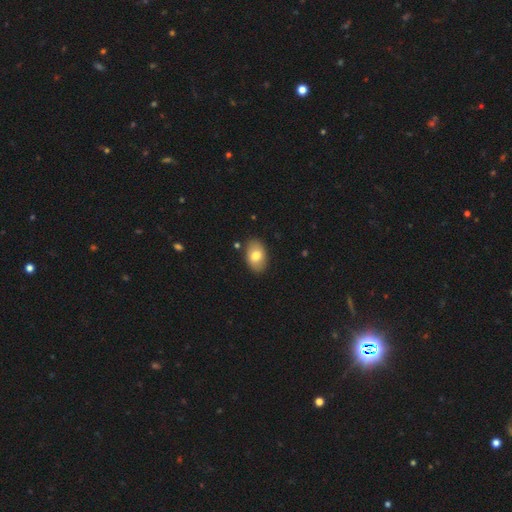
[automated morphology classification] Smooth or featured: smooth — 76% (featured or disk — 17%)
How rounded: in between — 89% (round — 10%)
Merging: none — 86% (minor disturbance — 10%)